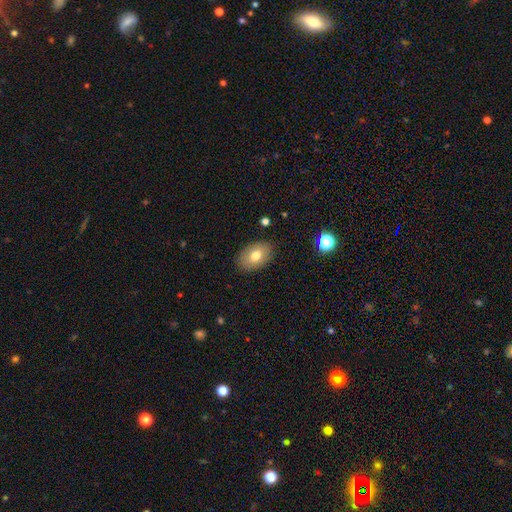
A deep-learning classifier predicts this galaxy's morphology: Smooth or featured: smooth — 74% (featured or disk — 18%)
How rounded: in between — 87% (round — 12%)
Merging: none — 86% (minor disturbance — 10%)